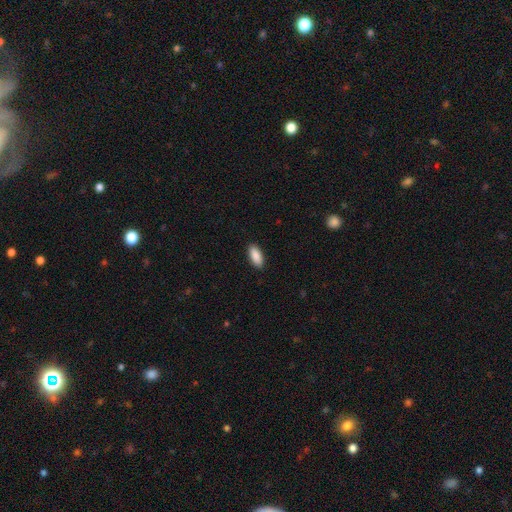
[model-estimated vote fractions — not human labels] Q: Smooth or featured?
A: smooth (90%); runner-up: star or artifact (6%)
Q: How rounded?
A: in between (86%); runner-up: cigar-shaped (12%)
Q: Merging?
A: none (89%); runner-up: minor disturbance (8%)